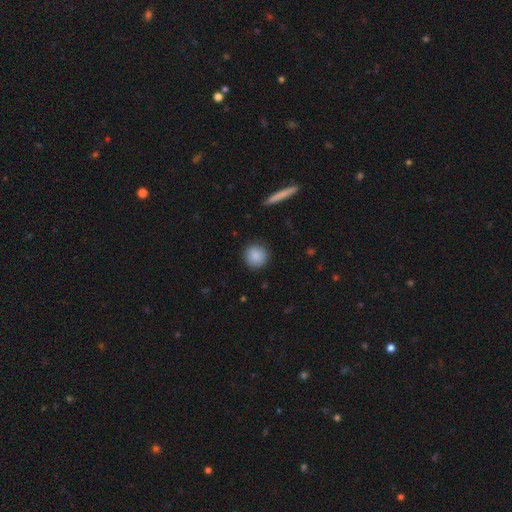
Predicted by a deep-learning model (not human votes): A smooth galaxy with no disk features (88%) that is round (93%).

Vote fractions:
- Smooth or featured? smooth: 88% / star or artifact: 7% / featured or disk: 5%
- How rounded? round: 93% / in between: 6% / cigar-shaped: 1%
- Merging? none: 91% / minor disturbance: 6% / major disturbance: 2% / merger: 1%